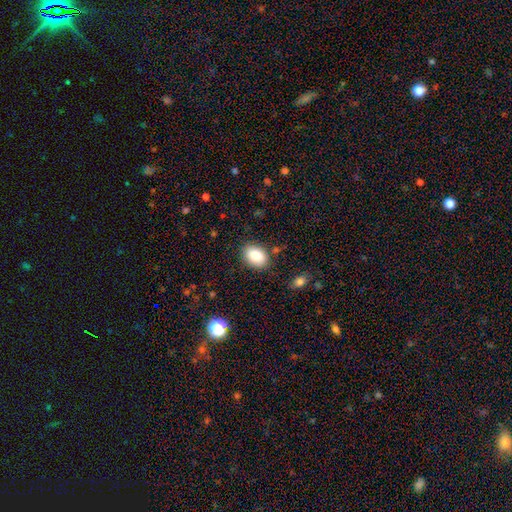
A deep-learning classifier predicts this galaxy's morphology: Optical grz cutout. It shows a smooth galaxy with no disk features (85%) that is in between round and cigar-shaped (80%). Merging: none (84%).